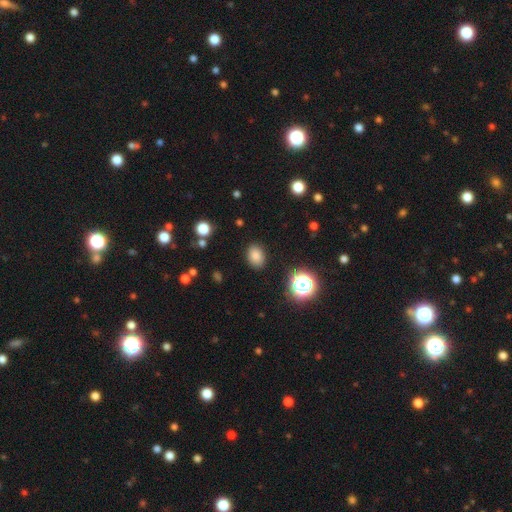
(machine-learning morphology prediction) Q: Smooth or featured?
A: smooth (82%); runner-up: star or artifact (13%)
Q: How rounded?
A: in between (72%); runner-up: round (27%)
Q: Merging?
A: none (87%); runner-up: minor disturbance (9%)